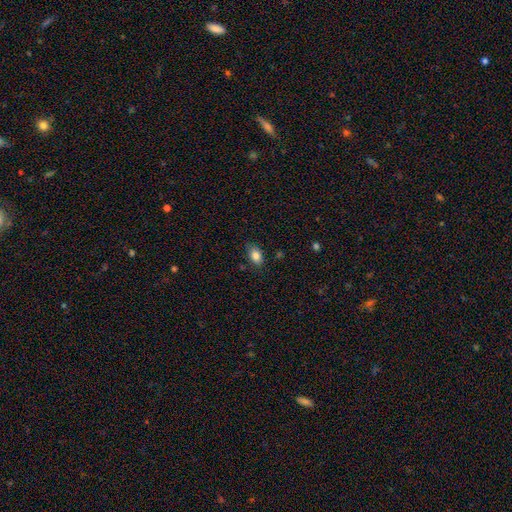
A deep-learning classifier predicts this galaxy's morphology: smooth-or-featured: smooth: 84% | star or artifact: 9% | featured or disk: 7%
  how-rounded: in between: 86% | round: 12% | cigar-shaped: 2%
  merging: none: 79% | minor disturbance: 16% | major disturbance: 3% | merger: 2%